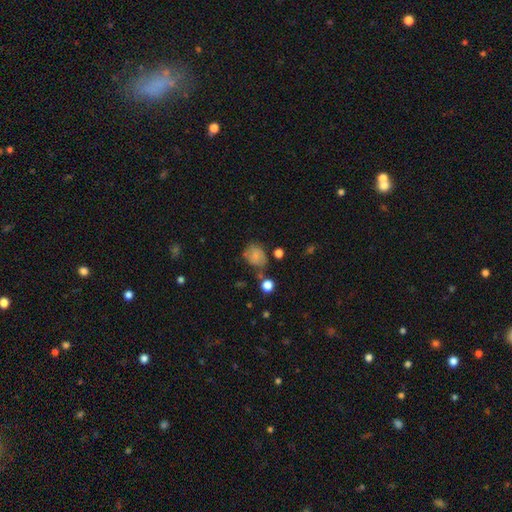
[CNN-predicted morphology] Overall: smooth (71%). How rounded: round (59%; in between 40%). Merging: none (53%; minor disturbance 27%).